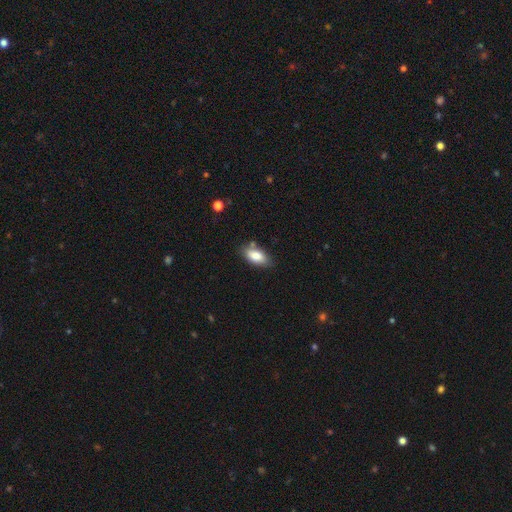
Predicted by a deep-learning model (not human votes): smooth 83%, featured or disk 10%, star or artifact 7%. Down the decision tree: how rounded — in between (90%); merging — none (76%).